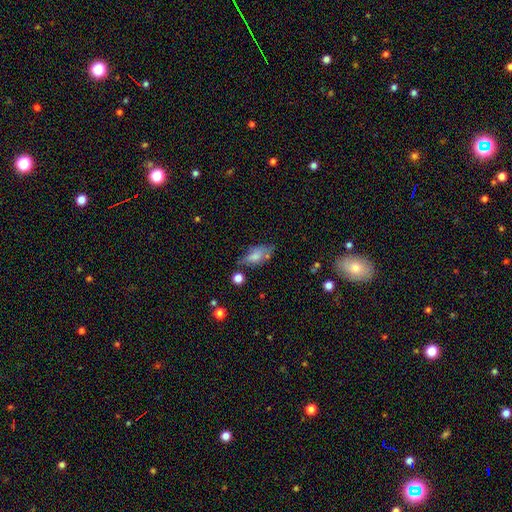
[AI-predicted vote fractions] Smooth or featured: smooth — 66% (featured or disk — 25%)
How rounded: in between — 83% (cigar-shaped — 13%)
Merging: none — 48% (minor disturbance — 30%)